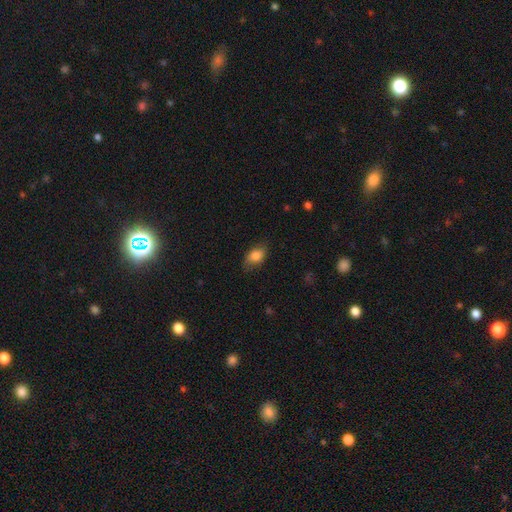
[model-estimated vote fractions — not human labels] Smooth or featured? Predicted: smooth (p=0.82). How rounded? Predicted: in between (p=0.87). Merging? Predicted: none (p=0.74).